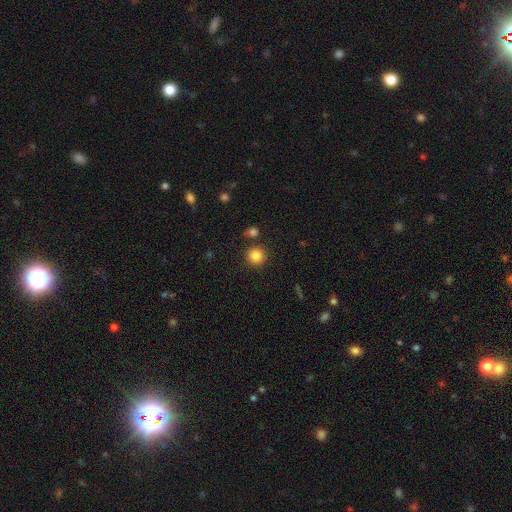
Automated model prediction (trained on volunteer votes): This appears to be a smooth galaxy with no disk features (85%) that is round (94%). Merging: none (84%).